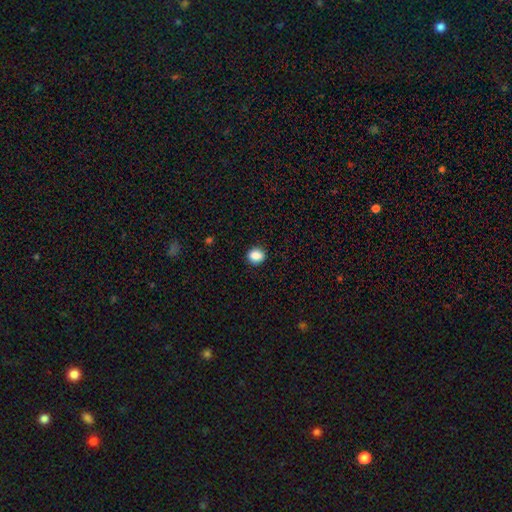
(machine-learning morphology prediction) Smooth or featured?
  - smooth: 87% *
  - star or artifact: 9%
  - featured or disk: 3%
How rounded?
  - round: 62% *
  - in between: 36%
  - cigar-shaped: 1%
Merging?
  - none: 90% *
  - minor disturbance: 7%
  - major disturbance: 2%
  - merger: 1%